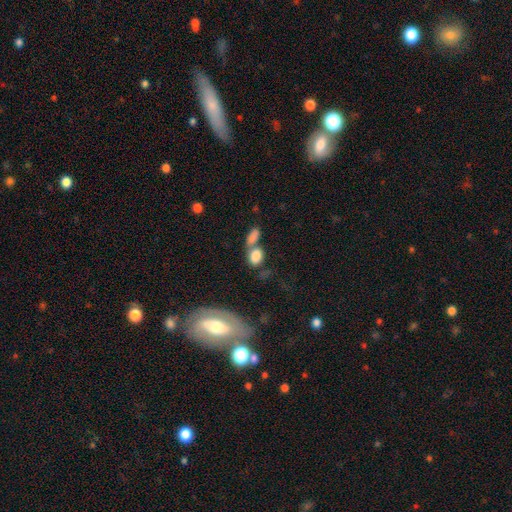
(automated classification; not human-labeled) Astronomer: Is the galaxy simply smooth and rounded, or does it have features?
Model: smooth — 80%.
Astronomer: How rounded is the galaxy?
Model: in between — 77%.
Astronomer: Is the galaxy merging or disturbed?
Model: merger — 53% (runner-up: none, 30%).